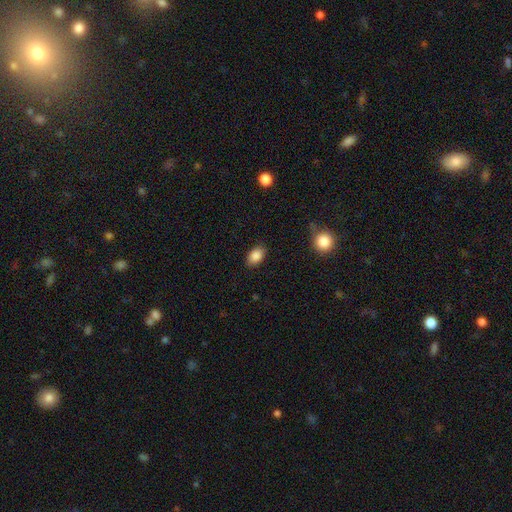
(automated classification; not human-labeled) Smooth or featured: smooth — 87% (star or artifact — 8%)
How rounded: in between — 86% (round — 13%)
Merging: none — 86% (minor disturbance — 10%)